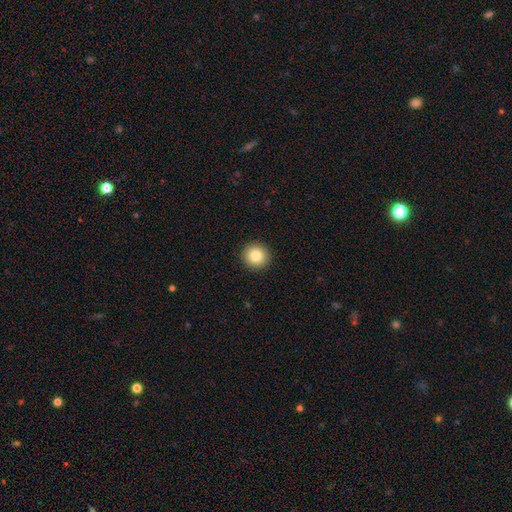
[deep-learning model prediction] The model was most divided on "smooth or featured": smooth: 84%, star or artifact: 9%, featured or disk: 7%. More confident: how rounded — round (93%); merging — none (93%).